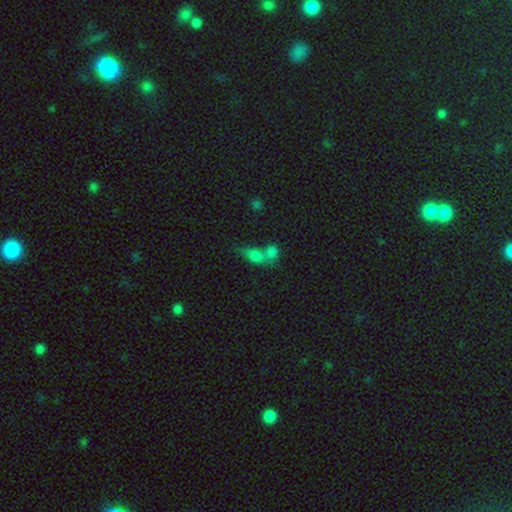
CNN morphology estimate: A smooth galaxy with no disk features (72%) that is in between round and cigar-shaped (70%).

Vote fractions:
- Smooth or featured? smooth: 72% / featured or disk: 14% / star or artifact: 14%
- How rounded? in between: 70% / round: 22% / cigar-shaped: 9%
- Merging? merger: 62% / none: 22% / minor disturbance: 9% / major disturbance: 7%